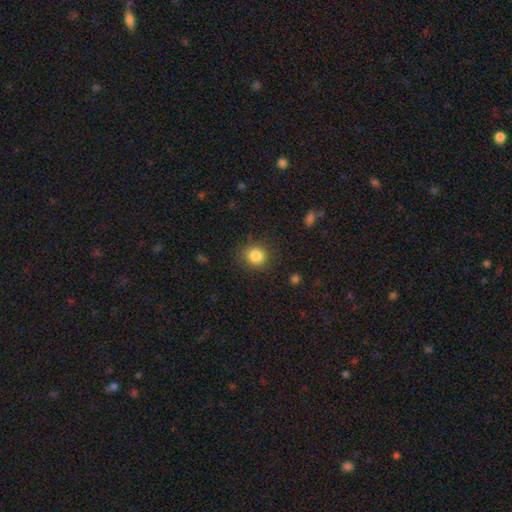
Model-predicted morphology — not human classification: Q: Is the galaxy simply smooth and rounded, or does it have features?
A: smooth — 85%.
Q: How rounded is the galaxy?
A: round — 83%.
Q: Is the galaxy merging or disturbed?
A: none — 84%.